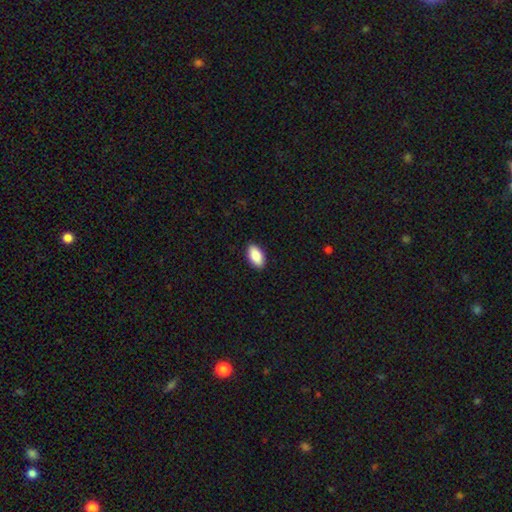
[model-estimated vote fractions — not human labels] This is clearly a smooth galaxy (88%). How rounded: clearly in between (94%). Merging: clearly none (90%).